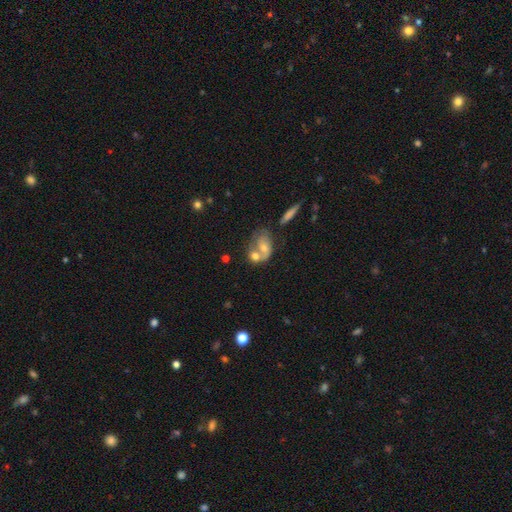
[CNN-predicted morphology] Overall: smooth (43%; featured or disk 37%). Merging: merger (41%; none 39%).